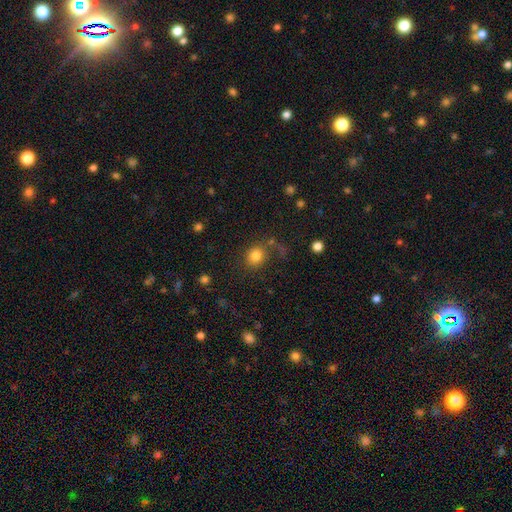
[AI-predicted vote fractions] This appears to be a smooth galaxy with no disk features (82%) that is round (72%). Merging: none (73%).